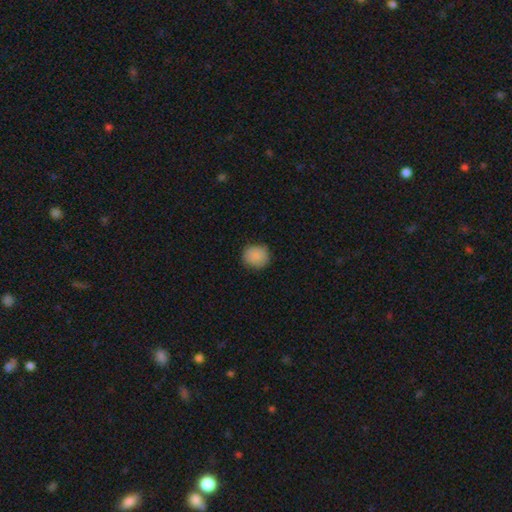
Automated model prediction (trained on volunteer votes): The model was most divided on "how rounded": round: 86%, in between: 13%, cigar-shaped: 1%. More confident: smooth or featured — smooth (88%); merging — none (86%).